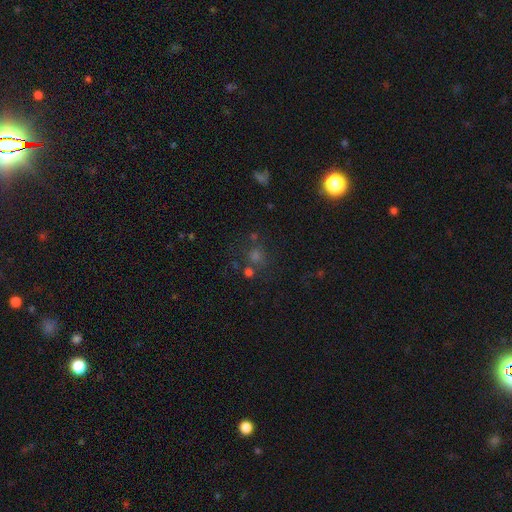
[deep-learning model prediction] Overall: smooth (45%; star or artifact 43%). Merging: none (68%).